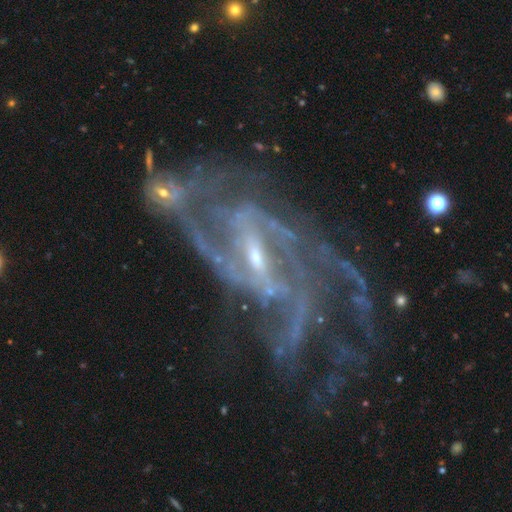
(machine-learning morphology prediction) This is clearly a featured or disk galaxy (90%). It is clearly not viewed edge-on (97%). Bar: marginally strong (42%). Spiral arm pattern: clearly yes (95%). Spiral arm count: marginally 2 (41%). Spiral winding: possibly medium (47%). Central bulge: likely small (76%). Merging: marginally none (40%).